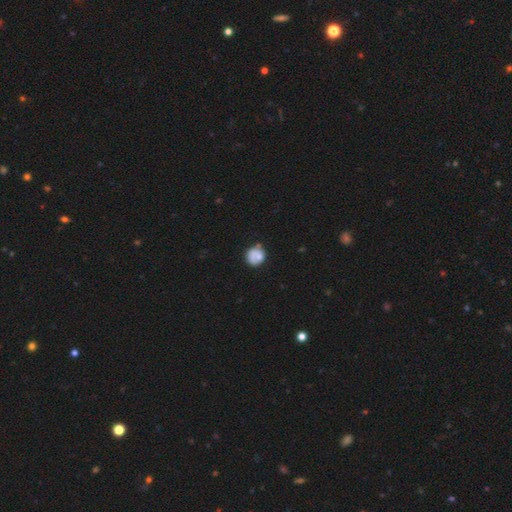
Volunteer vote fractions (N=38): Smooth or featured? 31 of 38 (82%) said smooth. How rounded? 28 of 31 (90%) said round. Merging? 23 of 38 (61%) said none.